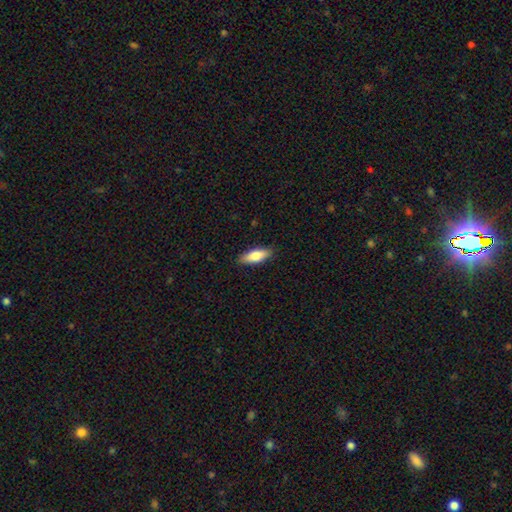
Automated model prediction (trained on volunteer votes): This is likely a smooth galaxy (78%). How rounded: likely in between (67%). Merging: clearly none (89%).